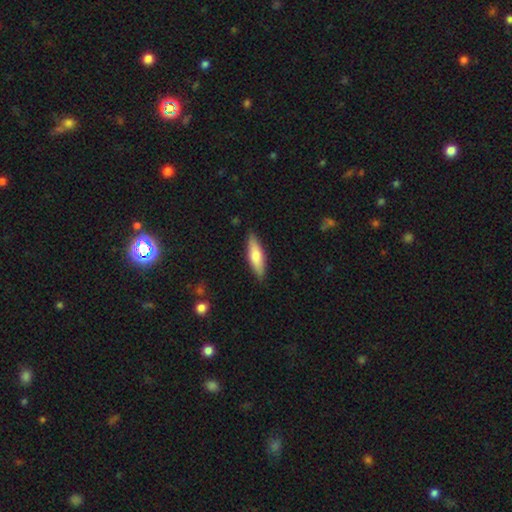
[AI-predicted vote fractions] smooth-or-featured: smooth: 67% | featured or disk: 27% | star or artifact: 5%
  how-rounded: cigar-shaped: 62% | in between: 36% | round: 2%
  merging: none: 86% | minor disturbance: 10% | major disturbance: 2% | merger: 1%